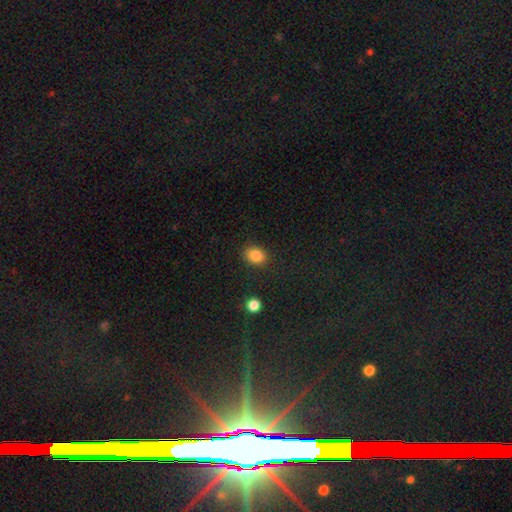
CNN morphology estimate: smooth_or_featured: smooth (p=0.85) [alt: star or artifact p=0.10]
how_rounded: in between (p=0.52) [alt: round p=0.47]
merging: none (p=0.85) [alt: minor disturbance p=0.11]